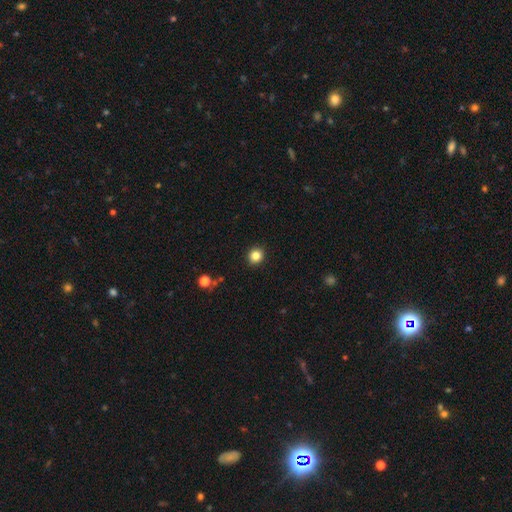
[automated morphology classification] Smooth or featured? smooth (84%)
How rounded? round (87%)
Merging? none (92%)